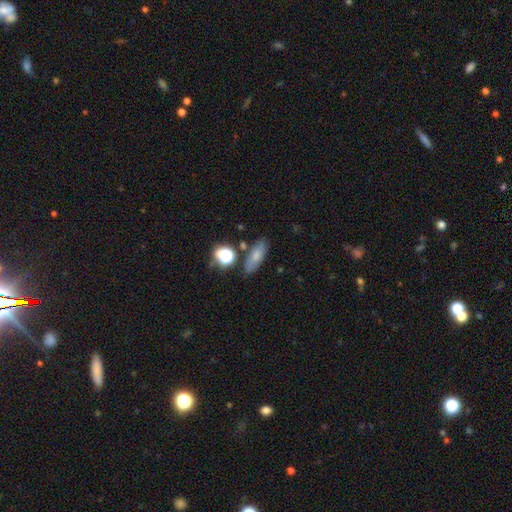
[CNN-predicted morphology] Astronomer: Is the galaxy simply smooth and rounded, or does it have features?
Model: smooth — 73%.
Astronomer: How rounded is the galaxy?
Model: in between — 68%.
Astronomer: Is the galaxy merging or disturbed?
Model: none — 77%.